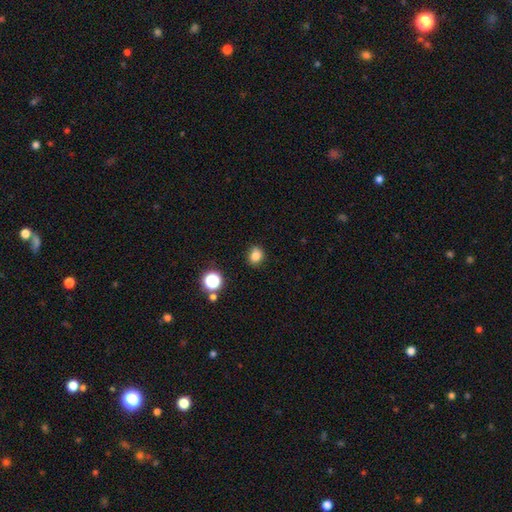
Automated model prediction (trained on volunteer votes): Overall: smooth (81%). How rounded: round (67%; in between 32%). Merging: none (82%).